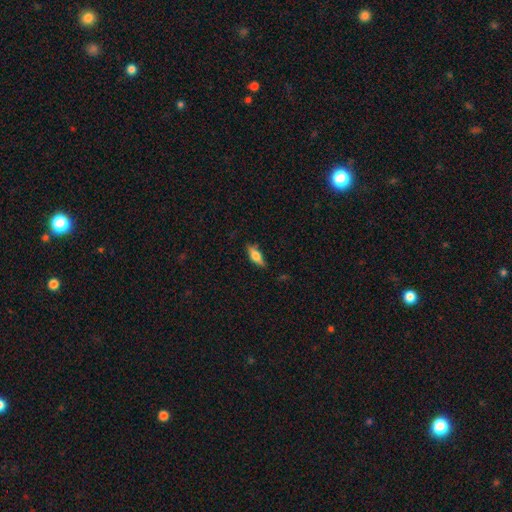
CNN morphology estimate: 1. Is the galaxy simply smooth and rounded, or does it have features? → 55% smooth, 38% featured or disk, 7% star or artifact.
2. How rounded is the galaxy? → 60% in between, 37% cigar-shaped, 3% round.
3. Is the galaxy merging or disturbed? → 79% none, 16% minor disturbance, 3% major disturbance, 2% merger.